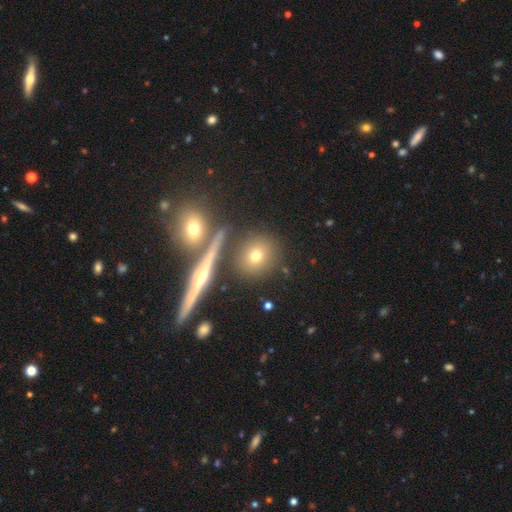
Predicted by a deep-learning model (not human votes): The model was most divided on "smooth or featured": smooth: 68%, featured or disk: 18%, star or artifact: 15%. More confident: merging — none (81%); how rounded — round (80%).